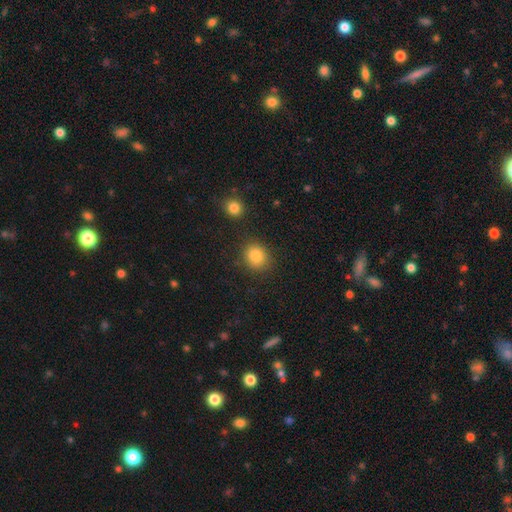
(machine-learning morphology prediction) Overall: smooth (85%). How rounded: round (72%). Merging: none (82%).